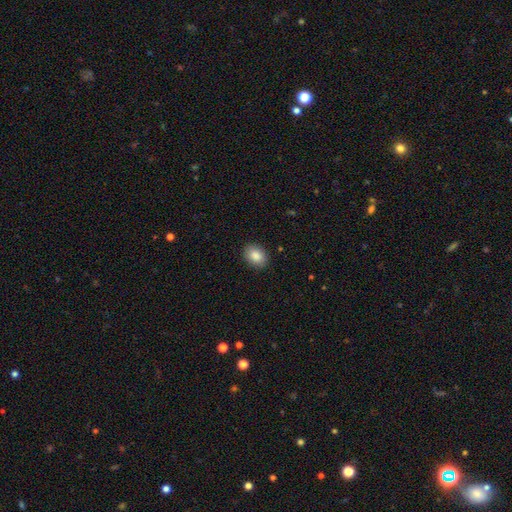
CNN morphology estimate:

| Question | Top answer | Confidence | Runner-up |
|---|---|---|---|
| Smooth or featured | smooth | 88% | star or artifact (8%) |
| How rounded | in between | 72% | round (27%) |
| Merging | none | 89% | minor disturbance (8%) |